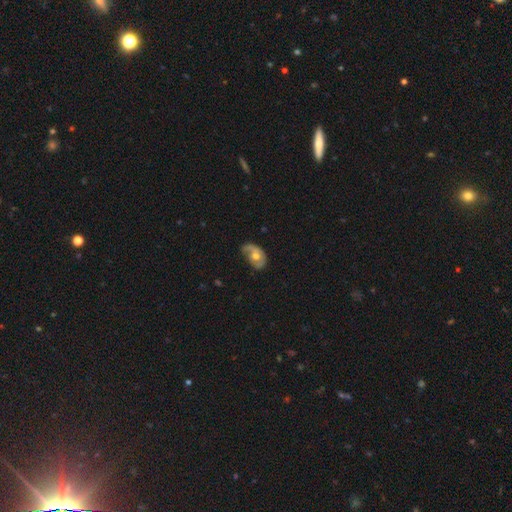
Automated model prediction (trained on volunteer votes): The model was most divided on "merging": minor disturbance: 35%, none: 32%, major disturbance: 31%, merger: 3%. More confident: edge-on disk — no (95%); bar — no (81%); bulge size — moderate (73%); spiral arms — yes (61%); smooth or featured — featured or disk (54%).